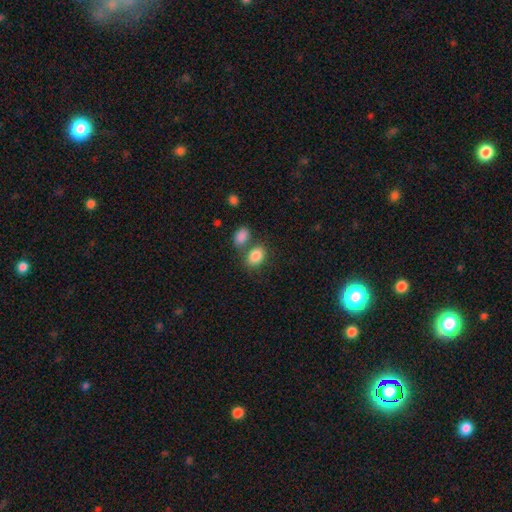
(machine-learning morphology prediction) Overall: smooth (86%). How rounded: in between (77%). Merging: none (55%; merger 29%).